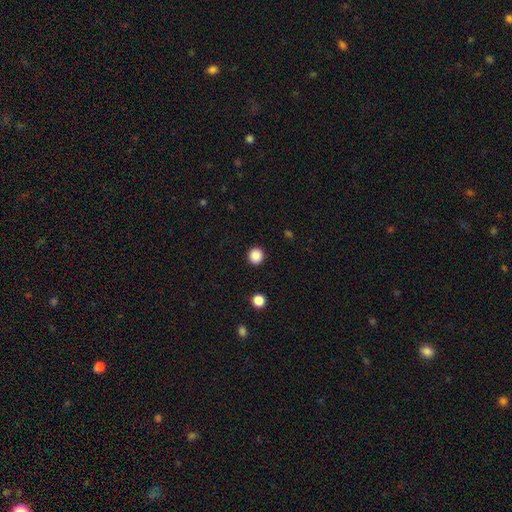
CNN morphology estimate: A smooth galaxy with no disk features (87%) that is round (92%).

Vote fractions:
- Smooth or featured? smooth: 87% / star or artifact: 10% / featured or disk: 3%
- How rounded? round: 92% / in between: 7% / cigar-shaped: 1%
- Merging? none: 93% / minor disturbance: 4% / major disturbance: 2% / merger: 1%